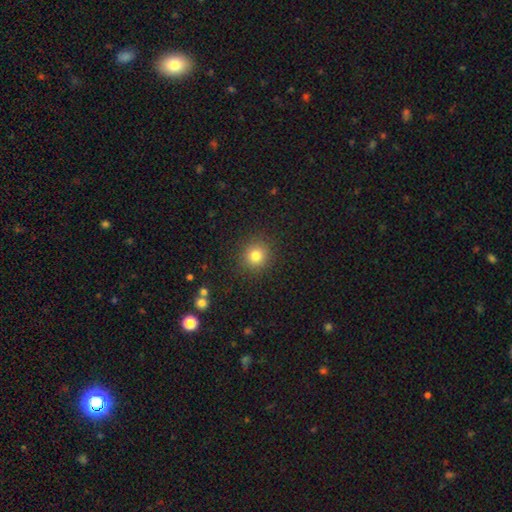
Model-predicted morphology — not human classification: Overall: smooth (81%). How rounded: round (90%). Merging: none (90%).